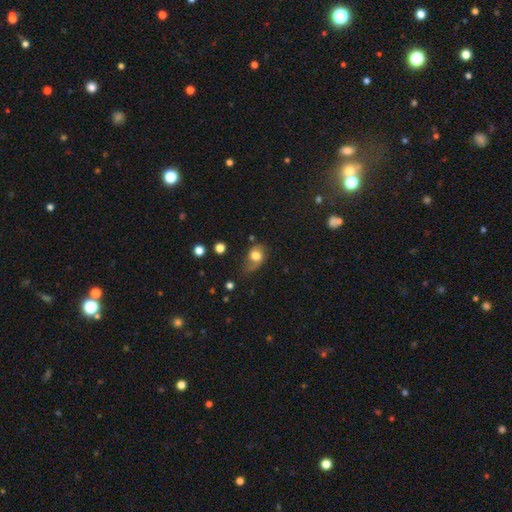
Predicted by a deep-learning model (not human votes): smooth 70%, featured or disk 20%, star or artifact 10%. Down the decision tree: how rounded — in between (51%); merging — none (40%).